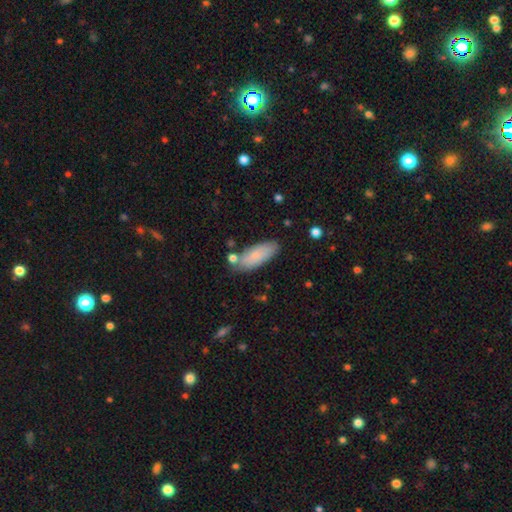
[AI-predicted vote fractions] smooth_or_featured: smooth (p=0.80) [alt: featured or disk p=0.14]
how_rounded: in between (p=0.77) [alt: cigar-shaped p=0.21]
merging: none (p=0.75) [alt: minor disturbance p=0.16]